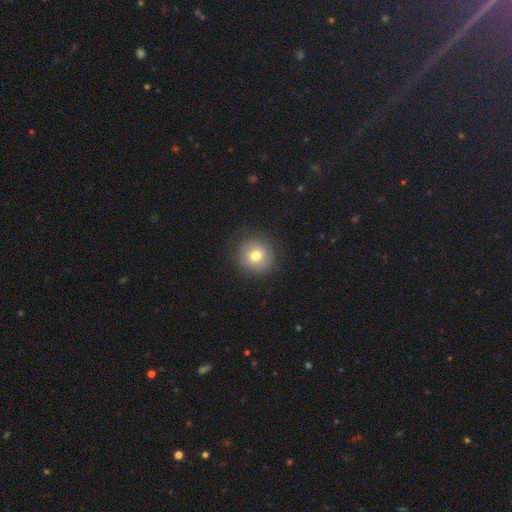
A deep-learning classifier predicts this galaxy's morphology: Smooth or featured? smooth (71%)
How rounded? round (92%)
Merging? none (84%)